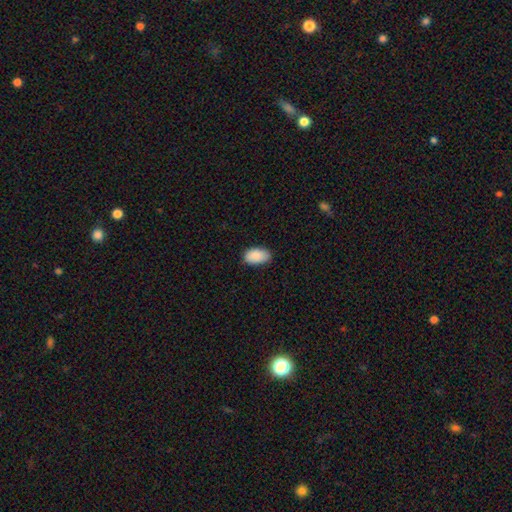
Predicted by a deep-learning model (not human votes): Q: Smooth or featured?
A: smooth (89%); runner-up: star or artifact (6%)
Q: How rounded?
A: in between (94%); runner-up: round (4%)
Q: Merging?
A: none (81%); runner-up: minor disturbance (16%)